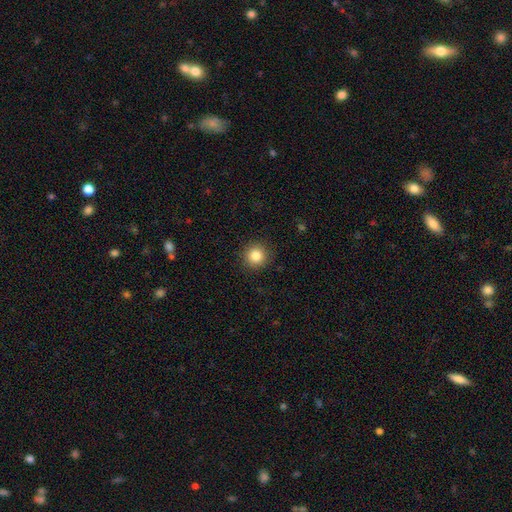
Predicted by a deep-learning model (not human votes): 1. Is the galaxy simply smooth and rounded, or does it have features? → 84% smooth, 10% star or artifact, 5% featured or disk.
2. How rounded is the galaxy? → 95% round, 5% in between, 1% cigar-shaped.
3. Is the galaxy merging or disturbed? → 91% none, 6% minor disturbance, 2% major disturbance, 1% merger.